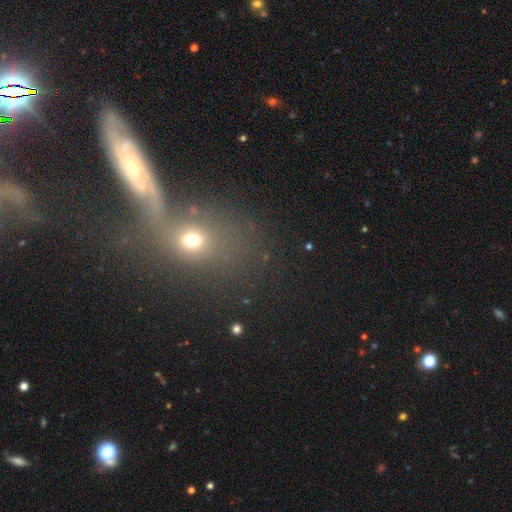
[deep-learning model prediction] Overall: smooth (44%; star or artifact 28%). Merging: merger (43%; none 39%).